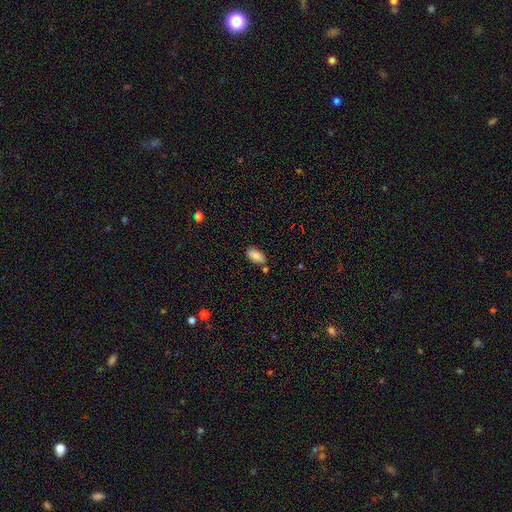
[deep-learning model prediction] Morphology: type=smooth (86%); roundness=in between (91%); merging=none (72%).